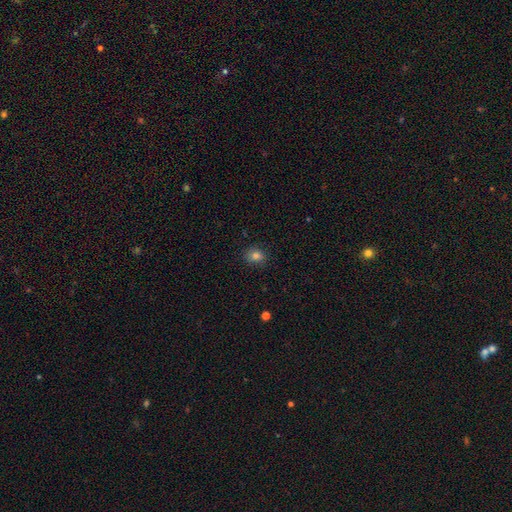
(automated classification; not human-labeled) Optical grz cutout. It shows a smooth galaxy with no disk features (81%) that is round (66%). Merging: none (87%).